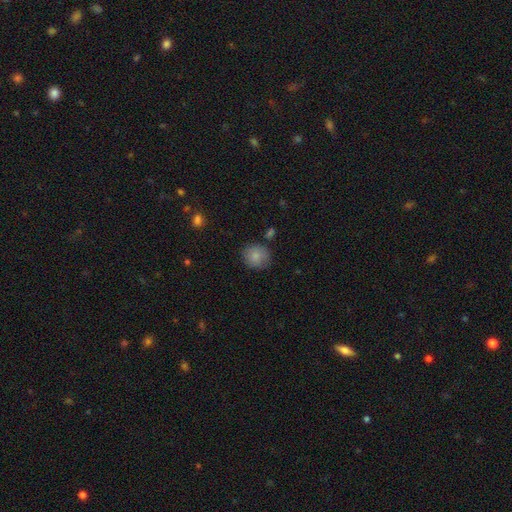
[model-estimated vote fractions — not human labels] This is clearly a smooth galaxy (84%). How rounded: clearly round (82%). Merging: likely none (77%).